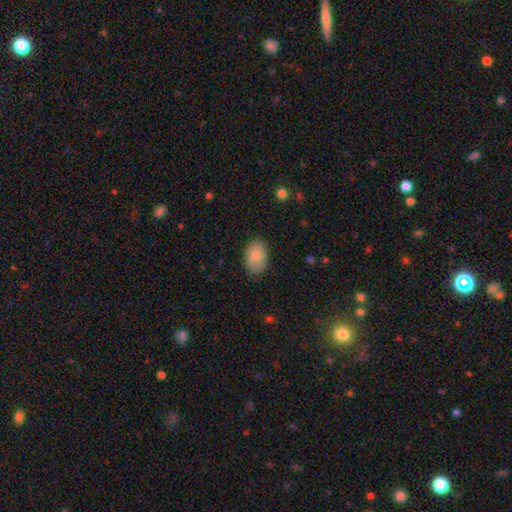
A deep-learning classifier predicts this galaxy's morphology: smooth 83%, featured or disk 10%, star or artifact 7%. Down the decision tree: how rounded — in between (86%); merging — none (81%).